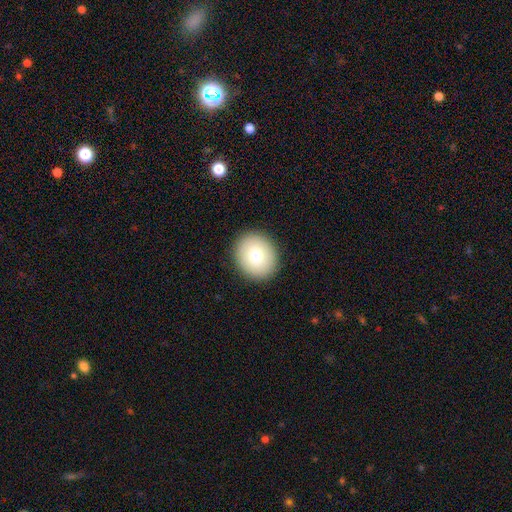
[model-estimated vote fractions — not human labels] A smooth galaxy with no disk features (79%) that is round (73%). Merging: none (91%).